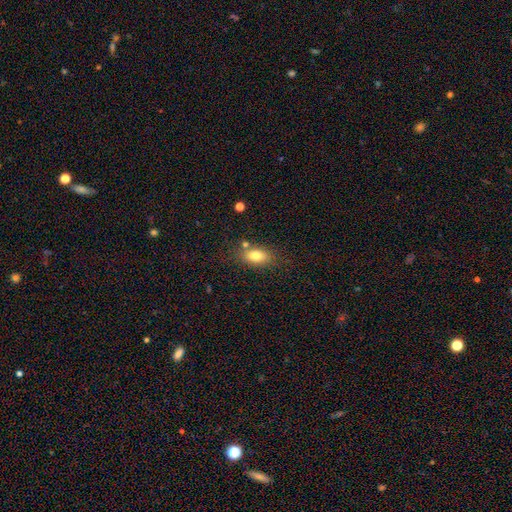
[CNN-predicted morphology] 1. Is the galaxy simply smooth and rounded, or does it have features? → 79% smooth, 12% featured or disk, 9% star or artifact.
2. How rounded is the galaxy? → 85% in between, 9% round, 6% cigar-shaped.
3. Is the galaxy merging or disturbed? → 74% none, 15% minor disturbance, 7% merger, 4% major disturbance.